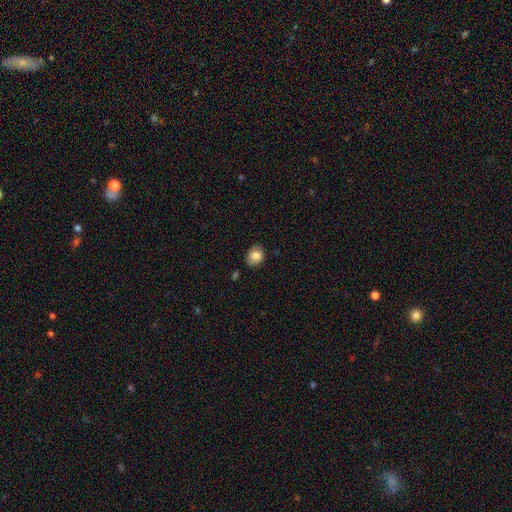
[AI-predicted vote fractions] This is clearly a smooth galaxy (81%). How rounded: possibly in between (57%). Merging: likely none (79%).